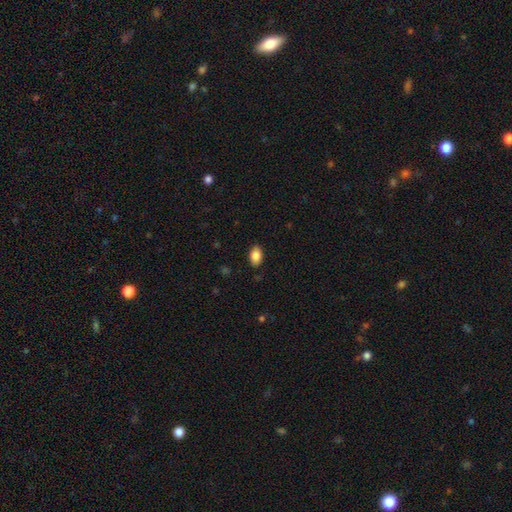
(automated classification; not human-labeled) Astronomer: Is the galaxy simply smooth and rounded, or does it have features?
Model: smooth — 87%.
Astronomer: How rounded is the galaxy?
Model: in between — 91%.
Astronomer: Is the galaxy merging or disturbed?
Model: none — 87%.